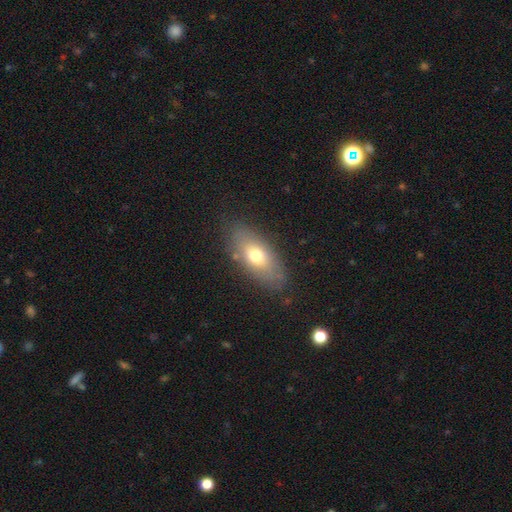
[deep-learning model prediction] Smooth or featured?
  - smooth: 66% *
  - featured or disk: 26%
  - star or artifact: 8%
How rounded?
  - in between: 84% *
  - cigar-shaped: 11%
  - round: 5%
Merging?
  - none: 80% *
  - minor disturbance: 13%
  - major disturbance: 5%
  - merger: 2%